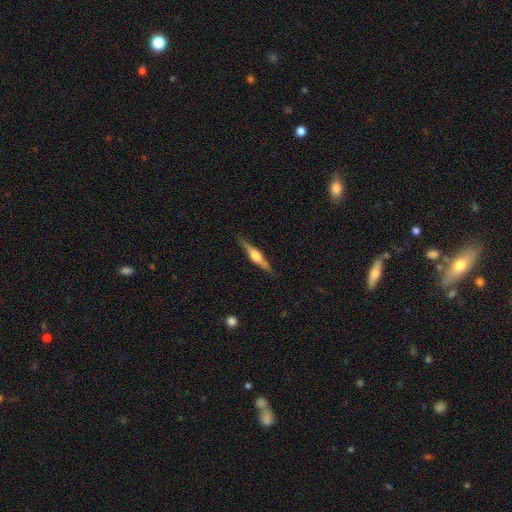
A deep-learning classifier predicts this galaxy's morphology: Q: Smooth or featured?
A: featured or disk (70%); runner-up: smooth (24%)
Q: Edge-on disk?
A: yes (97%); runner-up: no (3%)
Q: Edge-on bulge?
A: rounded (88%); runner-up: boxy (9%)
Q: Merging?
A: none (87%); runner-up: minor disturbance (10%)